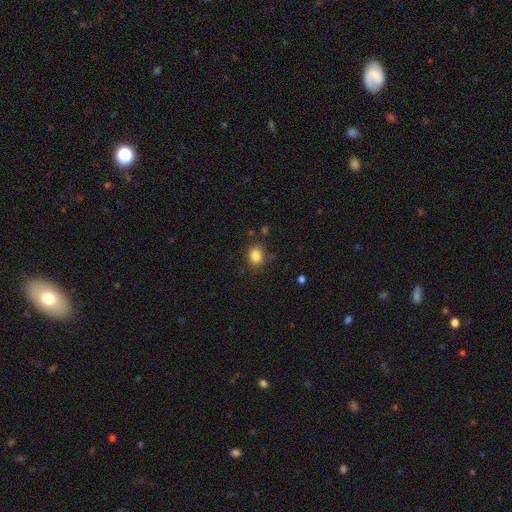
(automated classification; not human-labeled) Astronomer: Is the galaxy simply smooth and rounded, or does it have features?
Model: smooth — 84%.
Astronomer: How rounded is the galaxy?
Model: round — 55% (runner-up: in between, 44%).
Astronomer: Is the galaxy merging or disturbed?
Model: none — 82%.